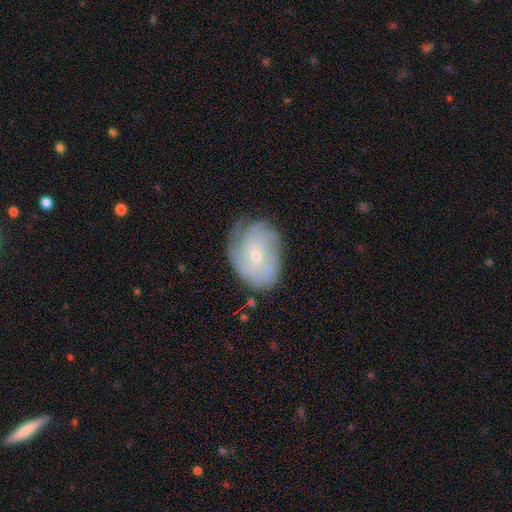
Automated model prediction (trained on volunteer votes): A featured or disk galaxy (71%) with no bar (67%), tight (67%) spiral arms (89%) and a small central bulge (77%).

Vote fractions:
- Smooth or featured? featured or disk: 71% / smooth: 21% / star or artifact: 7%
- Edge-on disk? no: 96% / yes: 4%
- Bar? no: 67% / weak: 29% / strong: 5%
- Spiral arms? yes: 89% / no: 11%
- Spiral winding? tight: 67% / medium: 25% / loose: 8%
- Spiral arm count? can't tell: 49% / 3: 14% / 2: 13% / 4: 12% / more than 4: 6% / 1: 6%
- Bulge size? small: 77% / moderate: 20% / none: 2% / large: 1% / dominant: 1%
- Merging? none: 66% / minor disturbance: 24% / major disturbance: 9% / merger: 2%